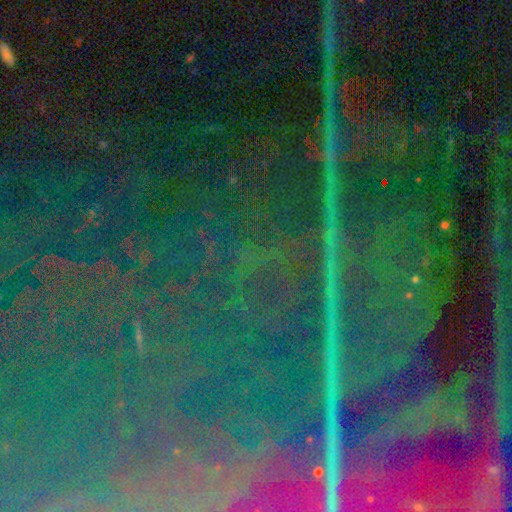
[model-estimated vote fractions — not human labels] Morphology: type=star or artifact (85%).